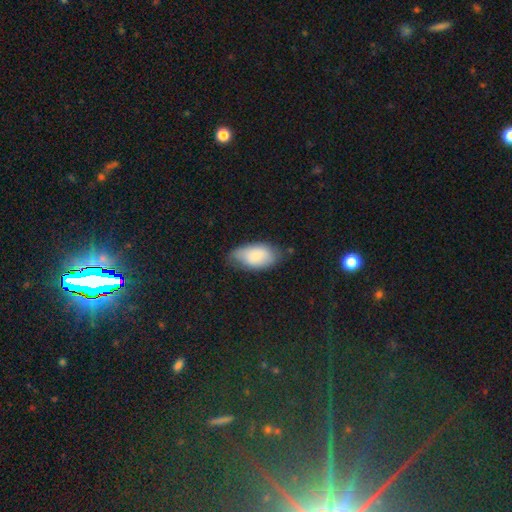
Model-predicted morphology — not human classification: Overall: smooth (78%). How rounded: in between (94%). Merging: none (62%; minor disturbance 30%).